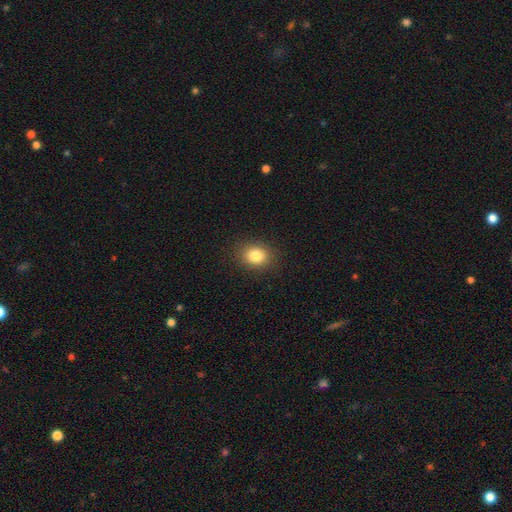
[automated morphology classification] The model was most divided on "how rounded": round: 56%, in between: 44%, cigar-shaped: 1%. More confident: merging — none (88%); smooth or featured — smooth (83%).